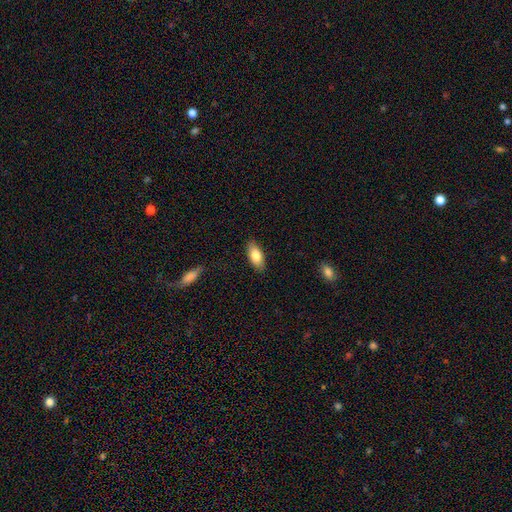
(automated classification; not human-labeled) smooth_or_featured: smooth (p=0.80) [alt: featured or disk p=0.14]
how_rounded: in between (p=0.88) [alt: cigar-shaped p=0.10]
merging: none (p=0.86) [alt: minor disturbance p=0.11]